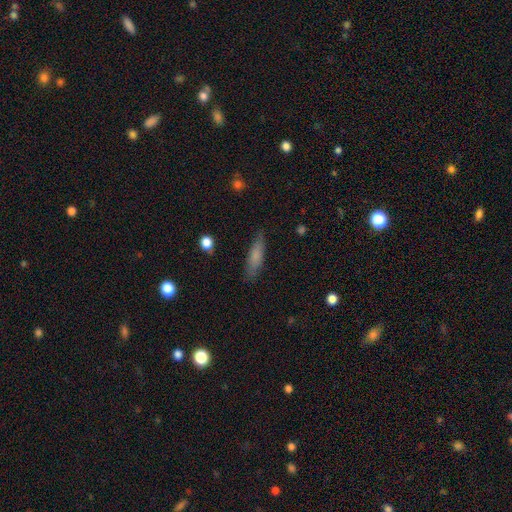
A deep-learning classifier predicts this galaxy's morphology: smooth_or_featured: smooth (p=0.74) [alt: featured or disk p=0.19]
how_rounded: cigar-shaped (p=0.67) [alt: in between p=0.31]
merging: none (p=0.81) [alt: minor disturbance p=0.15]